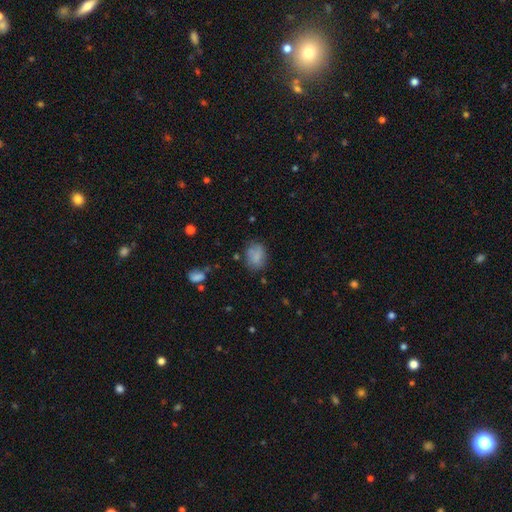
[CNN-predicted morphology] smooth_or_featured: smooth (p=0.78) [alt: featured or disk p=0.13]
how_rounded: in between (p=0.63) [alt: round p=0.36]
merging: none (p=0.68) [alt: minor disturbance p=0.21]